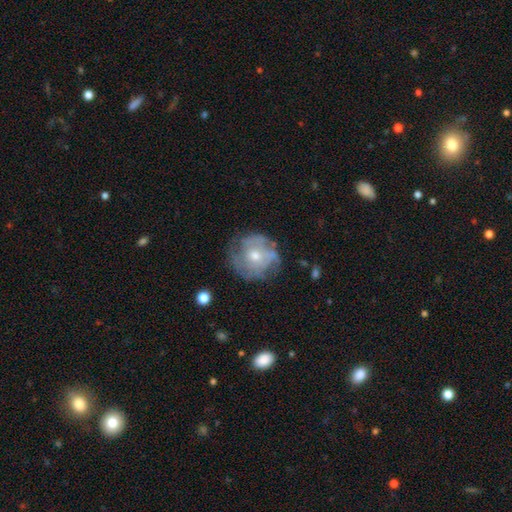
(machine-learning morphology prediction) This appears to be a featured or disk galaxy (66%) with no bar (78%), spiral arms (71%) and a moderate central bulge (55%). Merging: none (67%).